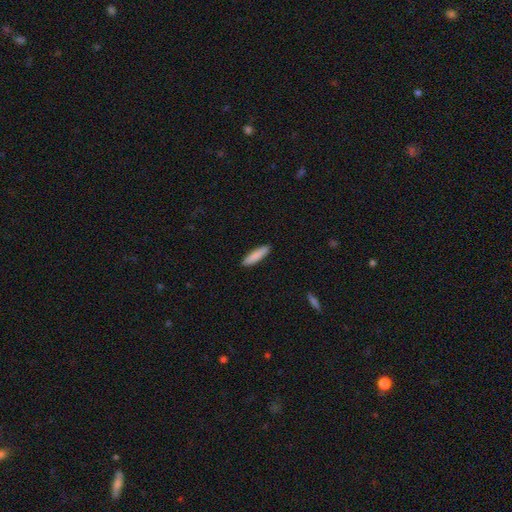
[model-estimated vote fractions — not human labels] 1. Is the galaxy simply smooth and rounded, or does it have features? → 87% smooth, 7% featured or disk, 6% star or artifact.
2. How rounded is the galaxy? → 77% cigar-shaped, 22% in between, 1% round.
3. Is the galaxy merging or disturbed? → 91% none, 7% minor disturbance, 2% major disturbance, 1% merger.